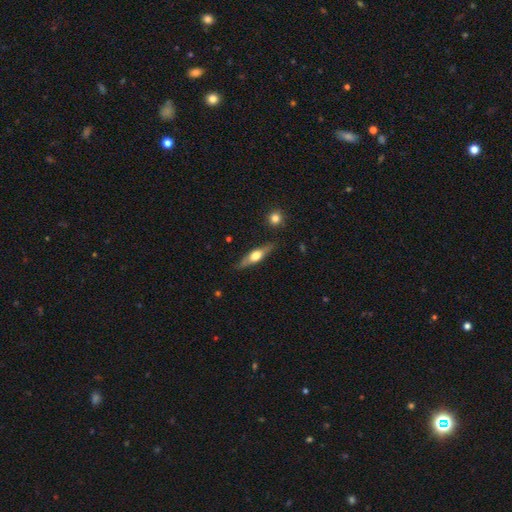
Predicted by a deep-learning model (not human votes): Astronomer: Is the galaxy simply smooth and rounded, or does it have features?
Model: featured or disk — 52% (runner-up: smooth, 42%).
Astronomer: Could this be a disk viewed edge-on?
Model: yes — 89%.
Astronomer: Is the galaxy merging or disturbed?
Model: none — 83%.